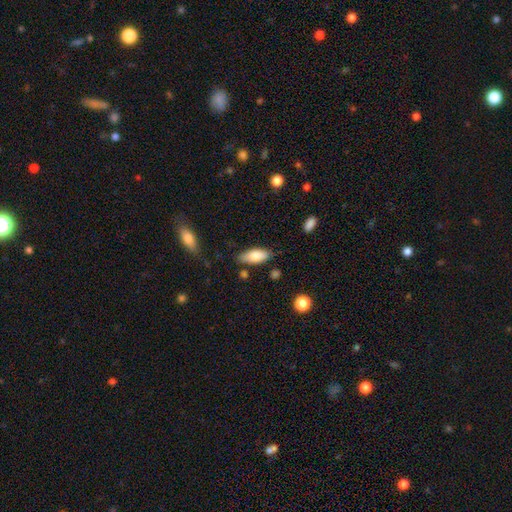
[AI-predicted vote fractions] Smooth or featured? smooth (81%)
How rounded? in between (81%)
Merging? none (78%)